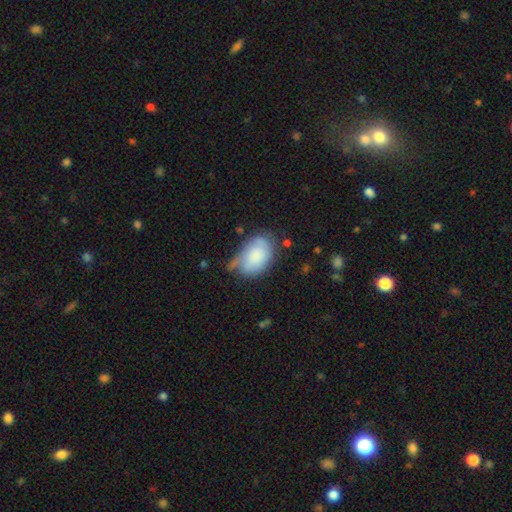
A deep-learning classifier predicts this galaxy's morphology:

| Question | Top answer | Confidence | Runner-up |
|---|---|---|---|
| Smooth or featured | smooth | 75% | featured or disk (18%) |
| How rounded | in between | 88% | round (11%) |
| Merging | none | 40% | minor disturbance (38%) |